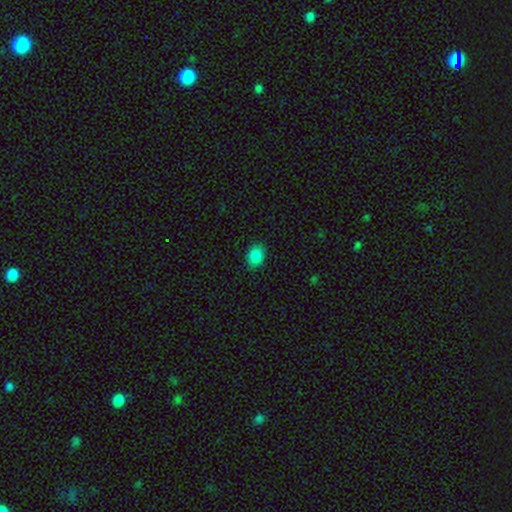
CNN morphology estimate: Smooth or featured?
  - smooth: 86% *
  - star or artifact: 9%
  - featured or disk: 5%
How rounded?
  - in between: 66% *
  - round: 33%
  - cigar-shaped: 1%
Merging?
  - none: 85% *
  - minor disturbance: 11%
  - major disturbance: 2%
  - merger: 1%